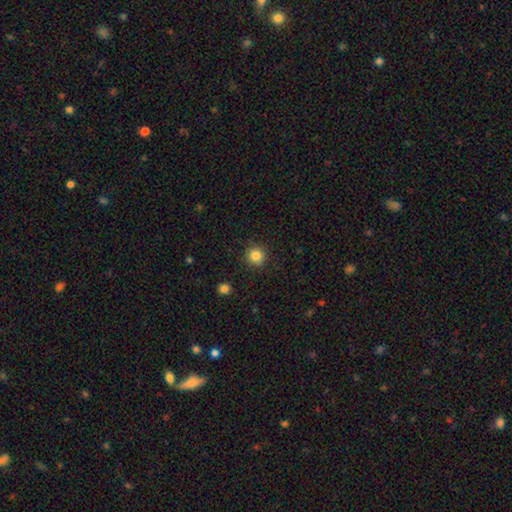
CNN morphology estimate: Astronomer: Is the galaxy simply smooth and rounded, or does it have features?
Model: smooth — 84%.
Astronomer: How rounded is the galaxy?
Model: round — 94%.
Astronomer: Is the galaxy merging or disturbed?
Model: none — 91%.